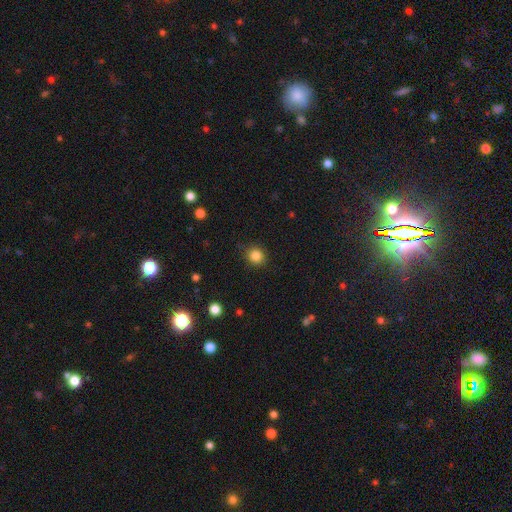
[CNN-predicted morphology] A smooth galaxy with no disk features (85%) that is round (86%).

Vote fractions:
- Smooth or featured? smooth: 85% / star or artifact: 11% / featured or disk: 4%
- How rounded? round: 86% / in between: 13% / cigar-shaped: 1%
- Merging? none: 87% / minor disturbance: 9% / major disturbance: 3% / merger: 1%